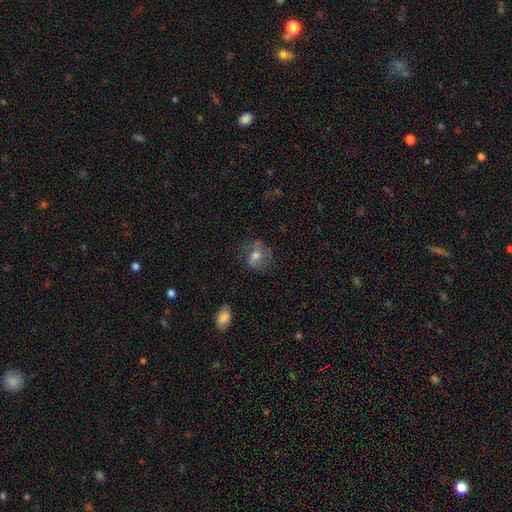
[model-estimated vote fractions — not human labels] The model was most divided on "smooth or featured": smooth: 54%, featured or disk: 35%, star or artifact: 12%. More confident: merging — none (60%); how rounded — round (59%).